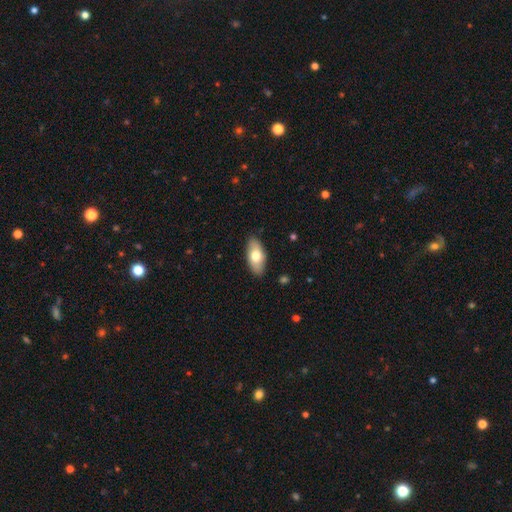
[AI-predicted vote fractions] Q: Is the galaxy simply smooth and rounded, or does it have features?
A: smooth — 73%.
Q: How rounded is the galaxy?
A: in between — 90%.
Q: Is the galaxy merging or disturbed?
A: none — 88%.